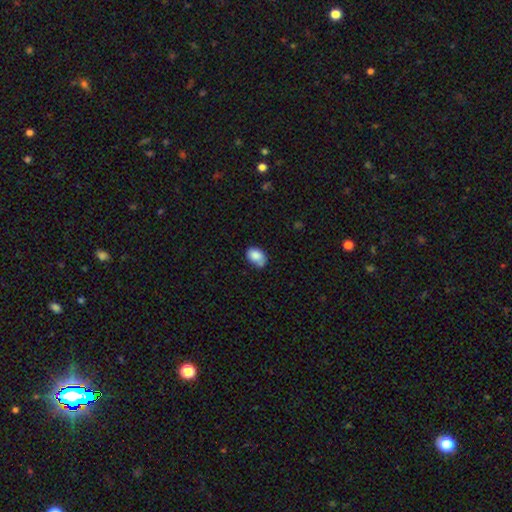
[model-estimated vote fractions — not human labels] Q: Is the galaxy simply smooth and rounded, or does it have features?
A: smooth — 84%.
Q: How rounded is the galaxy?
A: in between — 79%.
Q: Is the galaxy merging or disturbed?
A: none — 52%.